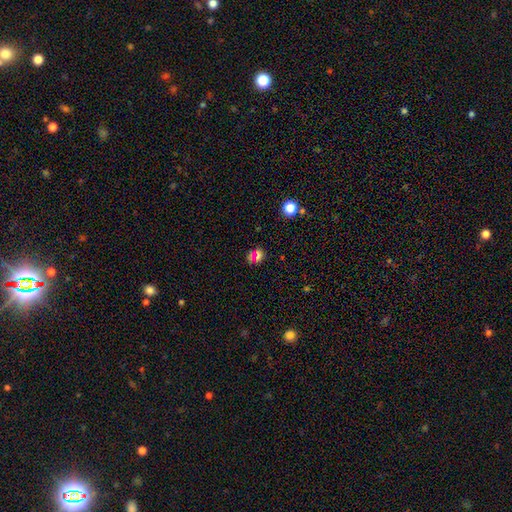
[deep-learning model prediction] Morphology: type=smooth (54%); roundness=round (66%); merging=none (67%).